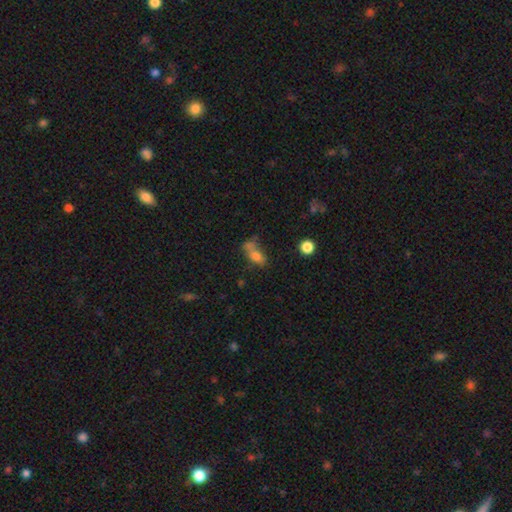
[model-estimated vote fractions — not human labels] This appears to be a smooth galaxy with no disk features (70%) that is in between round and cigar-shaped (76%). Merging: merger (37%).